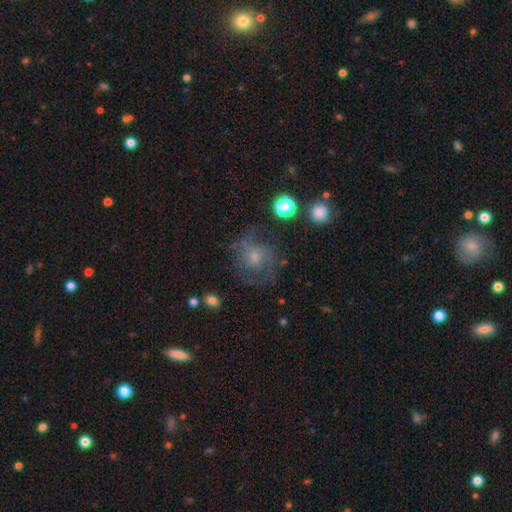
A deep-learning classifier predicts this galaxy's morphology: smooth-or-featured: featured or disk: 62% | smooth: 26% | star or artifact: 11%
  disk-edge-on: no: 98% | yes: 2%
    bar: no: 73% | weak: 24% | strong: 3%
    has-spiral-arms: yes: 86% | no: 14%
      spiral-winding: medium: 47% | tight: 32% | loose: 21%
      spiral-arm-count: 2: 48% | can't tell: 26% | 3: 12% | 1: 6% | 4: 4% | more than 4: 4%
    bulge-size: small: 50% | moderate: 37% | none: 7% | large: 4% | dominant: 1%
  merging: none: 61% | minor disturbance: 20% | major disturbance: 17% | merger: 2%